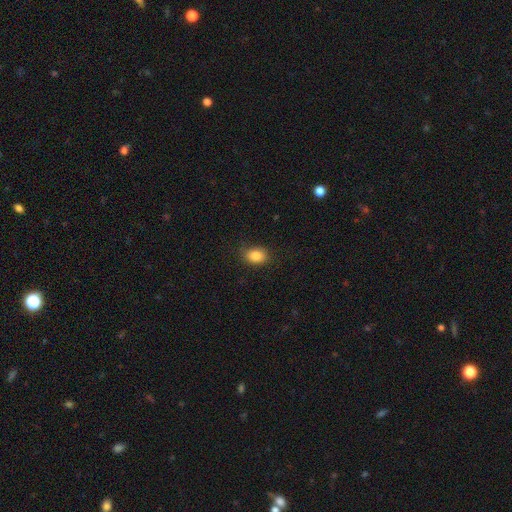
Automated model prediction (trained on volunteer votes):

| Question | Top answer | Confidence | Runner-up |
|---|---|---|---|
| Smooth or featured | smooth | 86% | star or artifact (9%) |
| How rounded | in between | 64% | round (35%) |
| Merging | none | 78% | minor disturbance (17%) |